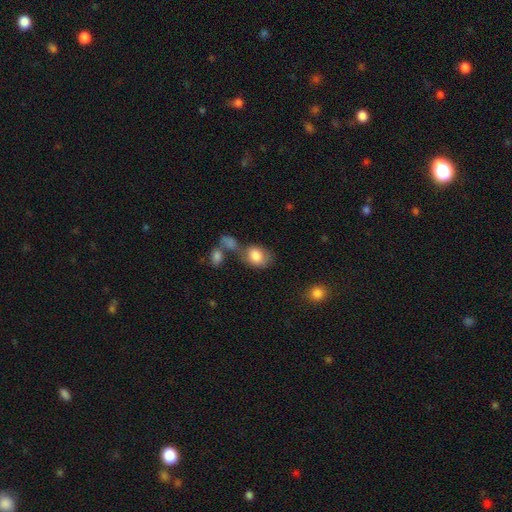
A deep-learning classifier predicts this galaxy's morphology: Overall: smooth (81%). How rounded: in between (74%). Merging: none (37%; merger 32%).